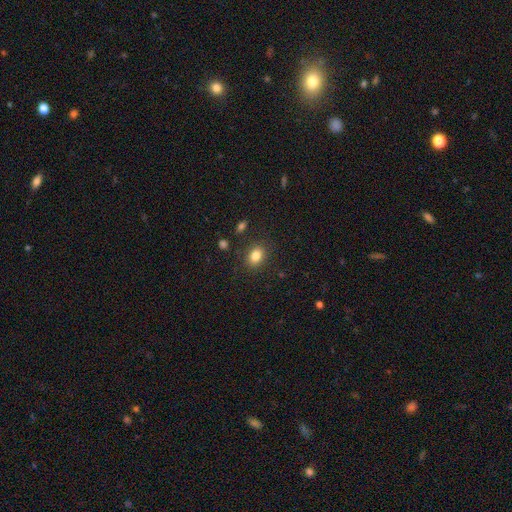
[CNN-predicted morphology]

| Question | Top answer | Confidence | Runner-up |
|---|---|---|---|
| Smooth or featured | smooth | 83% | star or artifact (10%) |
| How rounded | in between | 65% | round (34%) |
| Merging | none | 85% | minor disturbance (10%) |